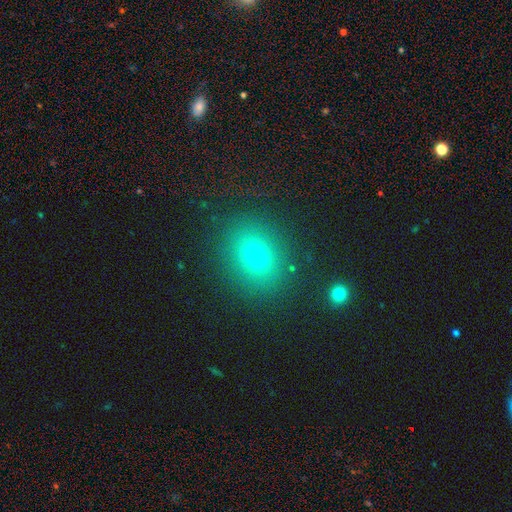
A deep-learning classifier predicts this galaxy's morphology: Q: Smooth or featured?
A: smooth (70%); runner-up: star or artifact (19%)
Q: How rounded?
A: round (55%); runner-up: in between (44%)
Q: Merging?
A: none (85%); runner-up: minor disturbance (9%)